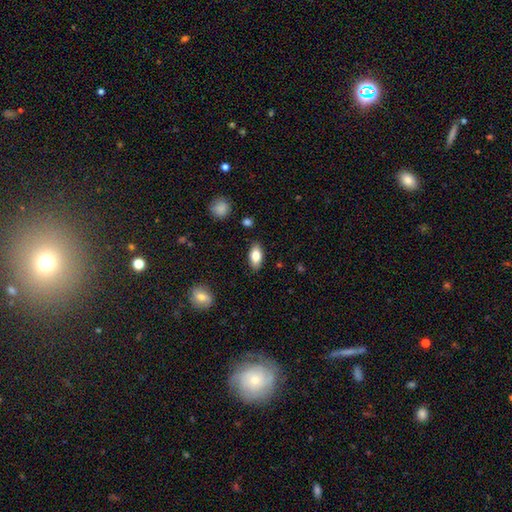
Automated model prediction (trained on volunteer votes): smooth_or_featured: smooth (p=0.81) [alt: featured or disk p=0.12]
how_rounded: in between (p=0.88) [alt: cigar-shaped p=0.08]
merging: none (p=0.87) [alt: minor disturbance p=0.10]